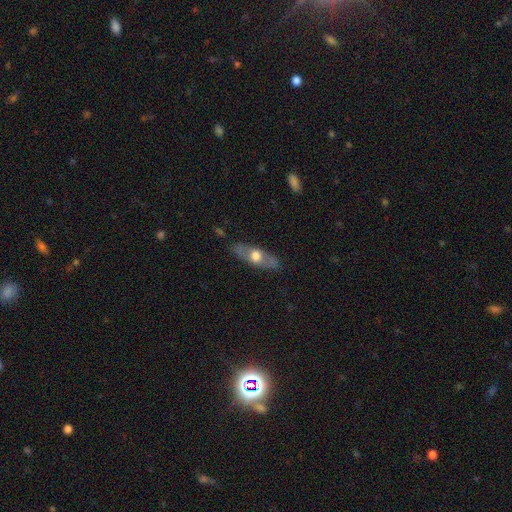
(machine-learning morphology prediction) type=featured or disk (48%); merging=none (83%).